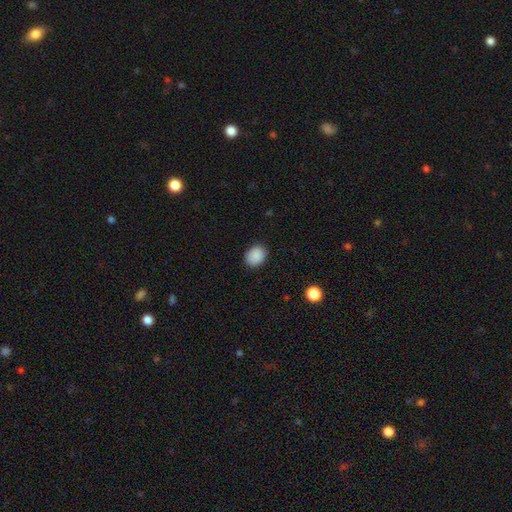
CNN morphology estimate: Smooth or featured: smooth — 89% (star or artifact — 8%)
How rounded: in between — 55% (round — 44%)
Merging: none — 87% (minor disturbance — 10%)